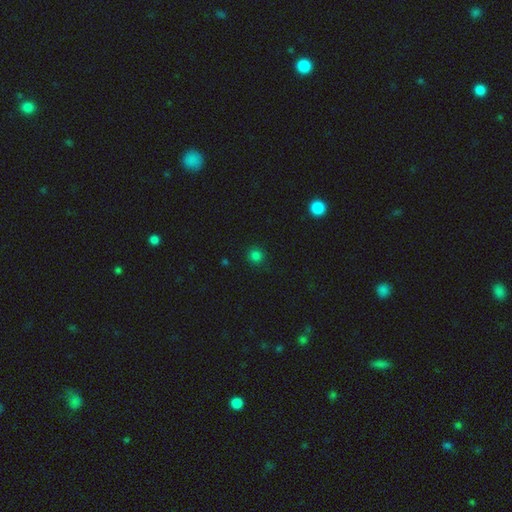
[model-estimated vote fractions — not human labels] This appears to be a smooth galaxy with no disk features (80%) that is round (93%). Merging: none (90%).